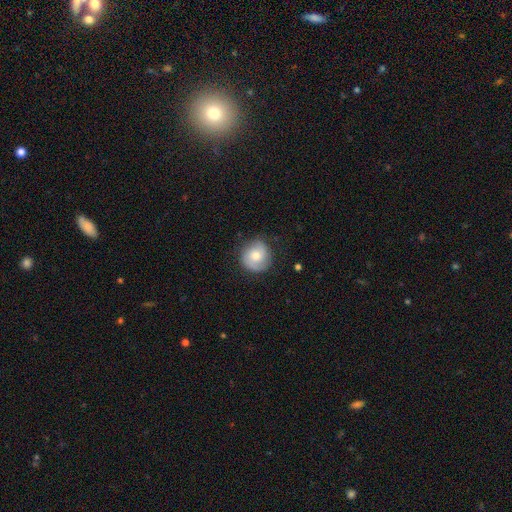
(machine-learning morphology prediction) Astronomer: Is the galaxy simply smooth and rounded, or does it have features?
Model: smooth — 58% (runner-up: featured or disk, 35%).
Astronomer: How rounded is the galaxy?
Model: round — 90%.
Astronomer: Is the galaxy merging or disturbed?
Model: none — 77%.